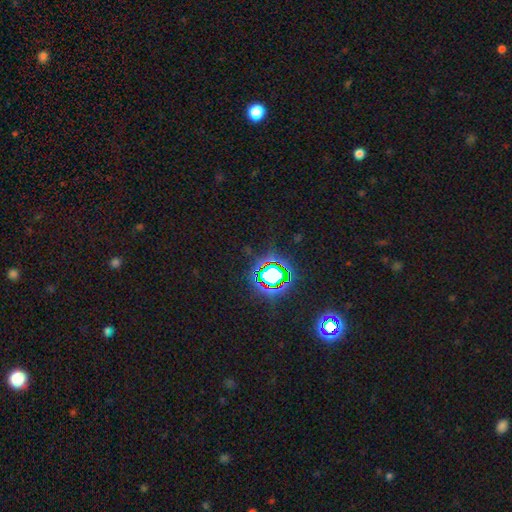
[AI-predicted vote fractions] Smooth or featured? Predicted: star or artifact (p=0.81).